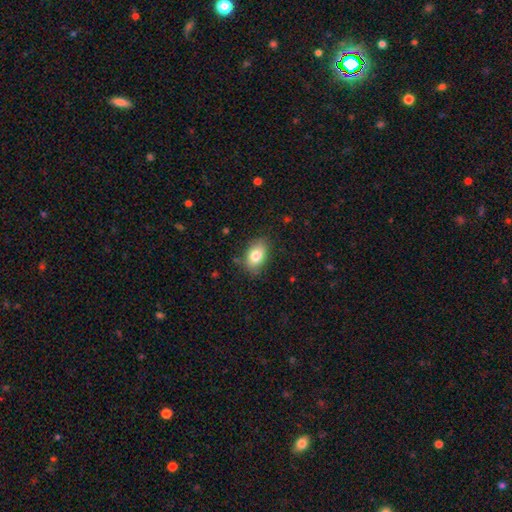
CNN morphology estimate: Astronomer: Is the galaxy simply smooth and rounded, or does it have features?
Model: smooth — 80%.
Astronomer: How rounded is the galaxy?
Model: in between — 86%.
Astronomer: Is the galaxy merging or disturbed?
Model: none — 82%.